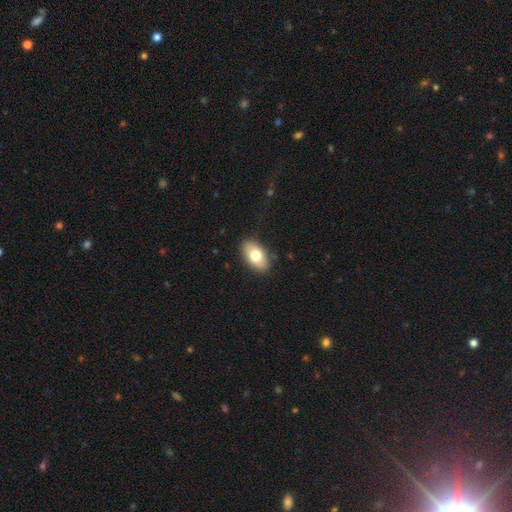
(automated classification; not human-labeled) This is likely a smooth galaxy (73%). How rounded: clearly in between (92%). Merging: clearly none (85%).